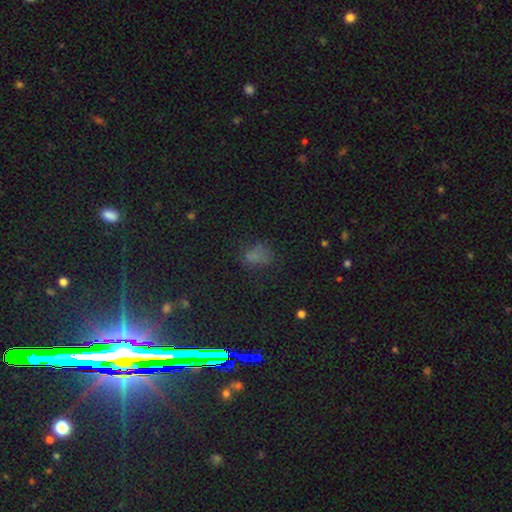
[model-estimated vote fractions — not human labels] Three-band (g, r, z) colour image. It shows a smooth galaxy with no disk features (53%) that is in between round and cigar-shaped (67%). Merging: none (53%).